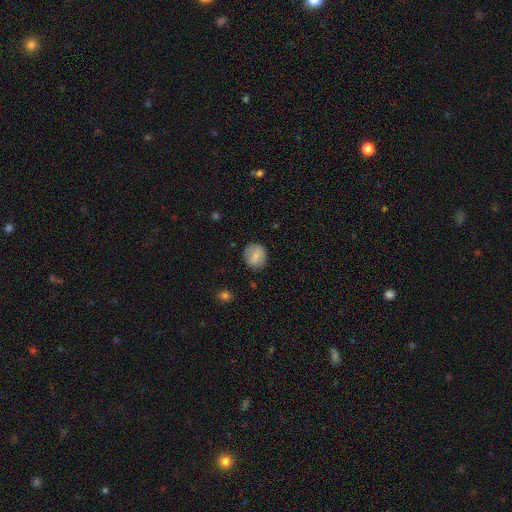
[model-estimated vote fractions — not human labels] smooth 75%, featured or disk 18%, star or artifact 8%. Down the decision tree: how rounded — round (74%); merging — none (83%).